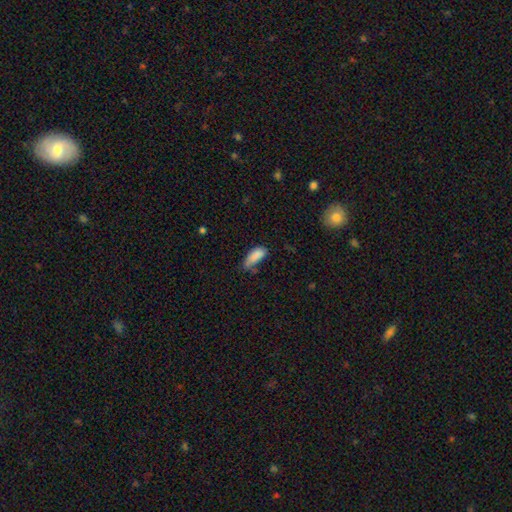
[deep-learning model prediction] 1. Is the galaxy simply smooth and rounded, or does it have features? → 85% smooth, 8% star or artifact, 7% featured or disk.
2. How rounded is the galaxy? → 76% in between, 22% cigar-shaped, 2% round.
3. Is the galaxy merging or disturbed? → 42% none, 38% minor disturbance, 14% major disturbance, 7% merger.